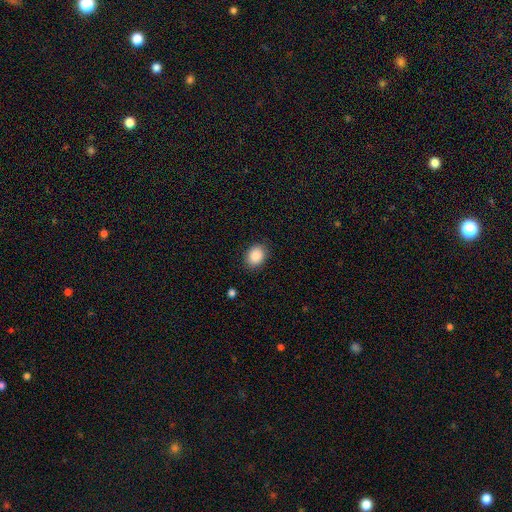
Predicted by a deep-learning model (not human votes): Smooth or featured? Predicted: smooth (p=0.89). How rounded? Predicted: in between (p=0.61). Merging? Predicted: none (p=0.86).